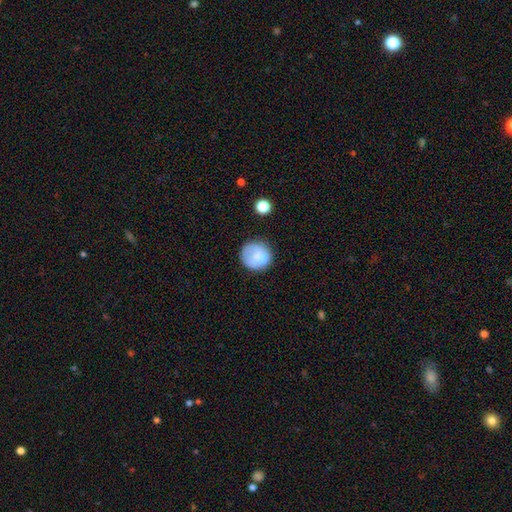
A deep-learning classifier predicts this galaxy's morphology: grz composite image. It shows a smooth galaxy with no disk features (78%) that is round (91%). Merging: none (73%).